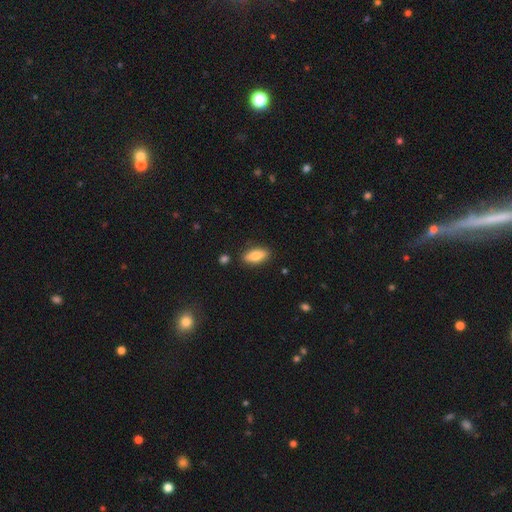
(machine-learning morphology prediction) Smooth or featured? Predicted: smooth (p=0.80). How rounded? Predicted: in between (p=0.76). Merging? Predicted: none (p=0.85).